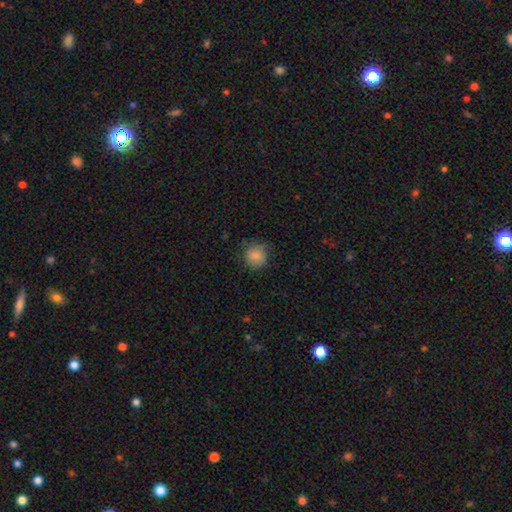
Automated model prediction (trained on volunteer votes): Overall: smooth (84%). How rounded: round (87%). Merging: none (68%).